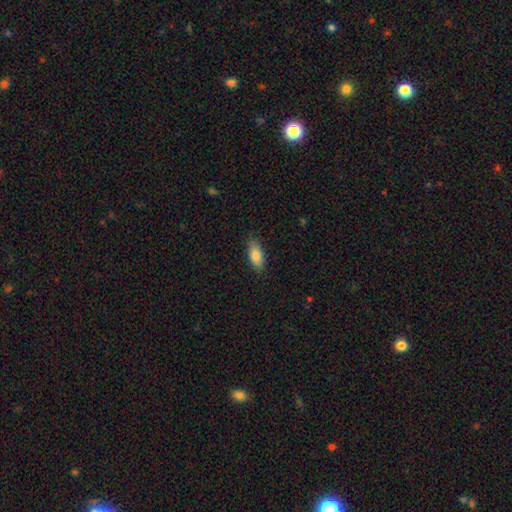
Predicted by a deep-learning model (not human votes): smooth_or_featured: smooth (p=0.83) [alt: featured or disk p=0.11]
how_rounded: in between (p=0.83) [alt: cigar-shaped p=0.14]
merging: none (p=0.83) [alt: minor disturbance p=0.13]